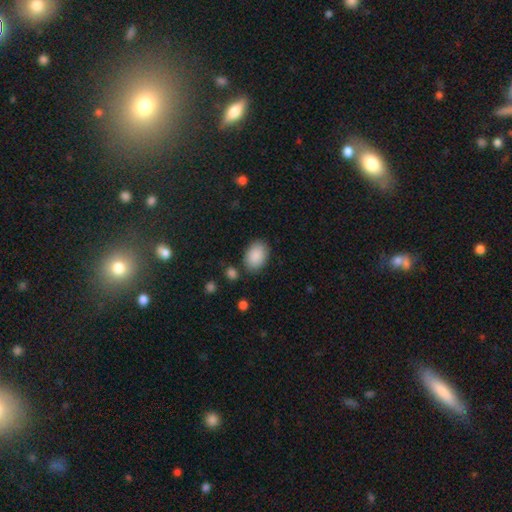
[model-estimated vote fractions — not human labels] A smooth galaxy with no disk features (90%) that is in between round and cigar-shaped (84%).

Vote fractions:
- Smooth or featured? smooth: 90% / star or artifact: 7% / featured or disk: 4%
- How rounded? in between: 84% / round: 15% / cigar-shaped: 1%
- Merging? none: 82% / minor disturbance: 12% / major disturbance: 3% / merger: 3%